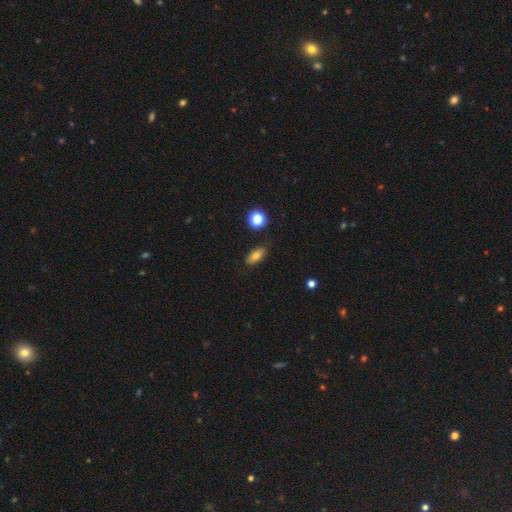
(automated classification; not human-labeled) Smooth or featured: smooth — 73% (featured or disk — 15%)
How rounded: in between — 83% (cigar-shaped — 10%)
Merging: none — 82% (minor disturbance — 13%)